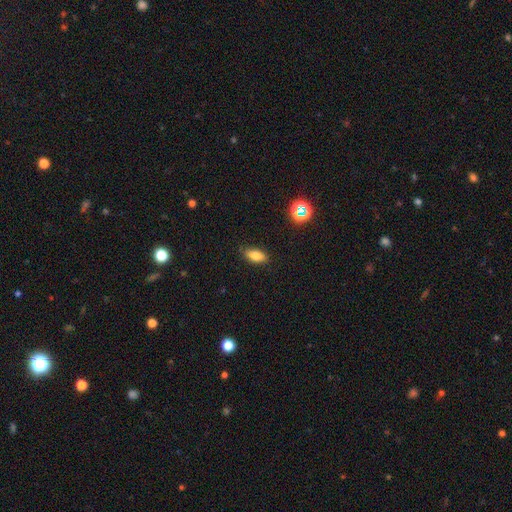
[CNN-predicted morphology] type=smooth (79%); roundness=in between (84%); merging=none (86%).